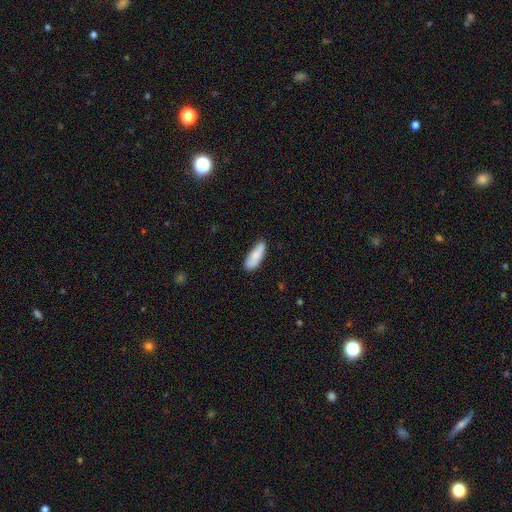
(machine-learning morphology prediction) This is clearly a smooth galaxy (82%). How rounded: likely in between (62%). Merging: likely none (71%).